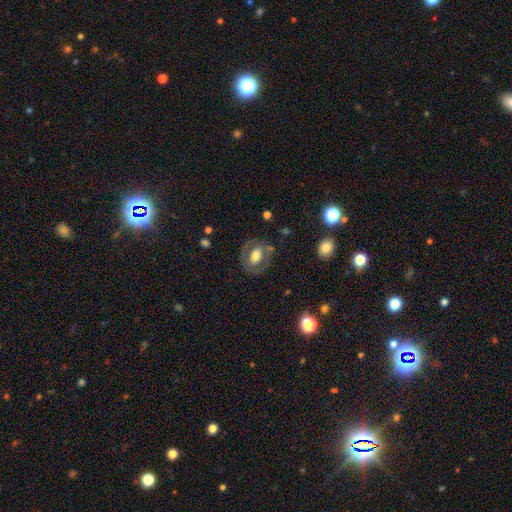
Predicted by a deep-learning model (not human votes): Smooth or featured?
  - featured or disk: 50% *
  - smooth: 43%
  - star or artifact: 7%
Edge-on disk?
  - no: 94% *
  - yes: 6%
Merging?
  - none: 72% *
  - minor disturbance: 16%
  - major disturbance: 10%
  - merger: 2%